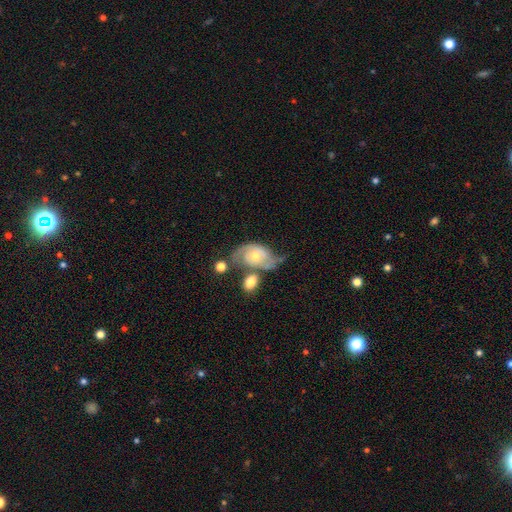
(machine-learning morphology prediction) Q: Smooth or featured?
A: featured or disk (75%); runner-up: smooth (19%)
Q: Edge-on disk?
A: no (96%); runner-up: yes (4%)
Q: Bar?
A: no (71%); runner-up: weak (24%)
Q: Spiral arms?
A: yes (89%); runner-up: no (11%)
Q: Spiral winding?
A: medium (42%); runner-up: tight (38%)
Q: Spiral arm count?
A: 2 (78%); runner-up: can't tell (12%)
Q: Bulge size?
A: moderate (61%); runner-up: small (31%)
Q: Merging?
A: none (38%); runner-up: merger (24%)